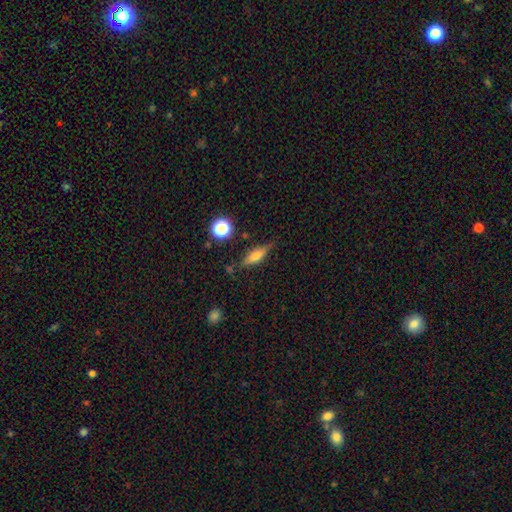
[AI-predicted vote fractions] Overall: featured or disk (47%; smooth 43%). Merging: none (79%).